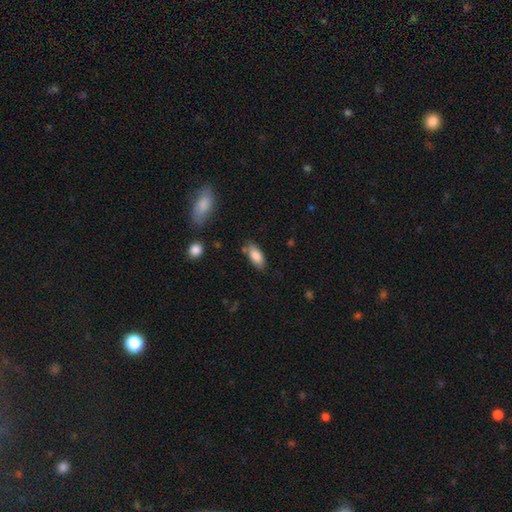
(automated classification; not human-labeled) Smooth or featured: smooth — 84% (featured or disk — 9%)
How rounded: in between — 87% (cigar-shaped — 11%)
Merging: none — 73% (minor disturbance — 19%)